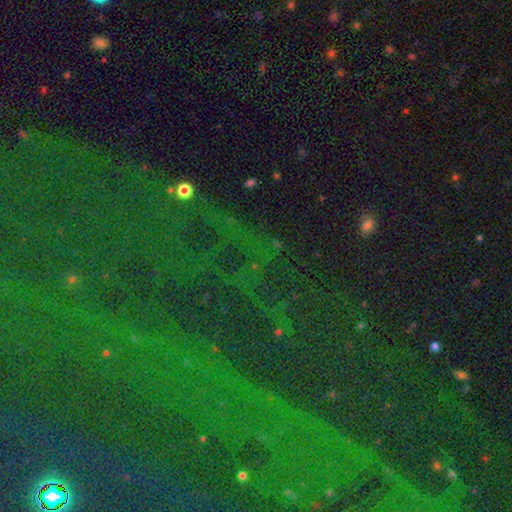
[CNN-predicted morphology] star or artifact 81%, smooth 10%, featured or disk 9%.